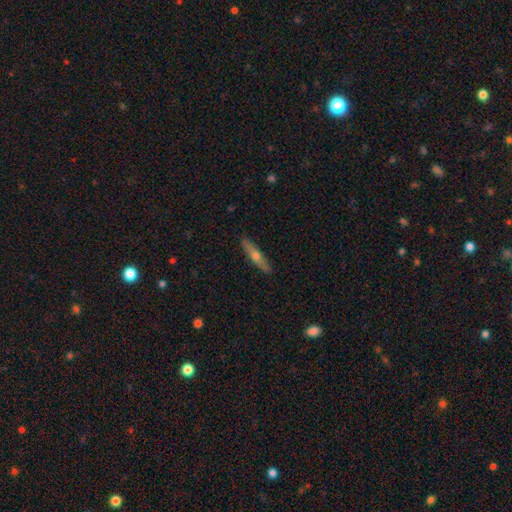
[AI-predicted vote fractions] Smooth or featured?
  - featured or disk: 52% *
  - smooth: 41%
  - star or artifact: 6%
Edge-on disk?
  - yes: 90% *
  - no: 10%
Merging?
  - none: 90% *
  - minor disturbance: 7%
  - major disturbance: 1%
  - merger: 1%